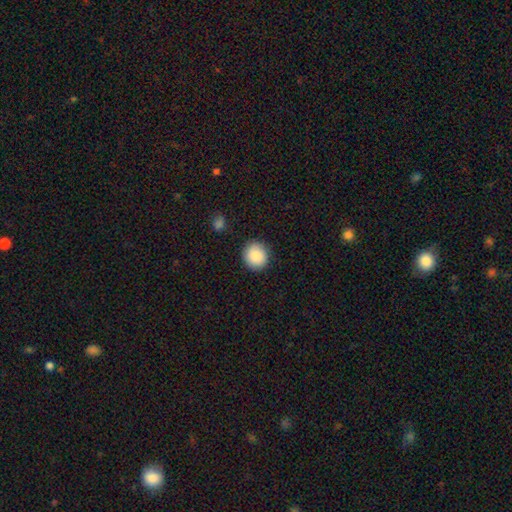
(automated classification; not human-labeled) The model was most divided on "how rounded": round: 90%, in between: 9%, cigar-shaped: 1%. More confident: merging — none (89%); smooth or featured — smooth (88%).